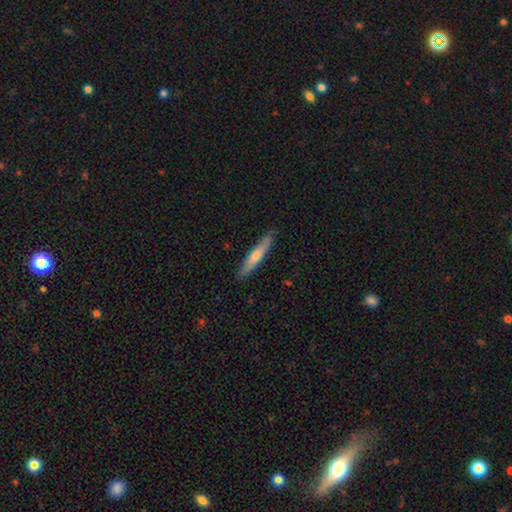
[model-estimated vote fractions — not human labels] The model was most divided on "smooth or featured": smooth: 57%, featured or disk: 37%, star or artifact: 5%. More confident: how rounded — cigar-shaped (91%); merging — none (89%).